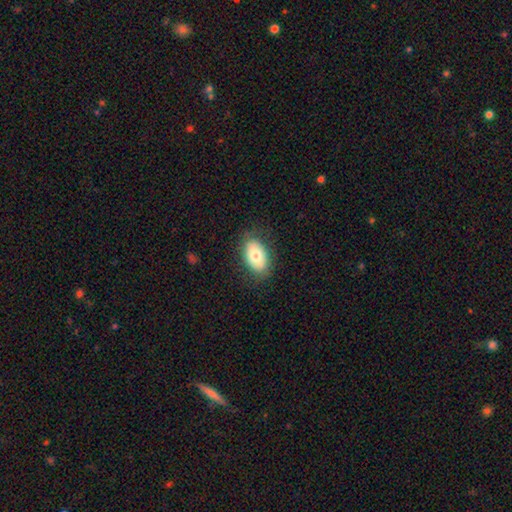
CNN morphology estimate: Q: Smooth or featured?
A: smooth (73%); runner-up: featured or disk (20%)
Q: How rounded?
A: in between (91%); runner-up: round (8%)
Q: Merging?
A: none (81%); runner-up: minor disturbance (14%)